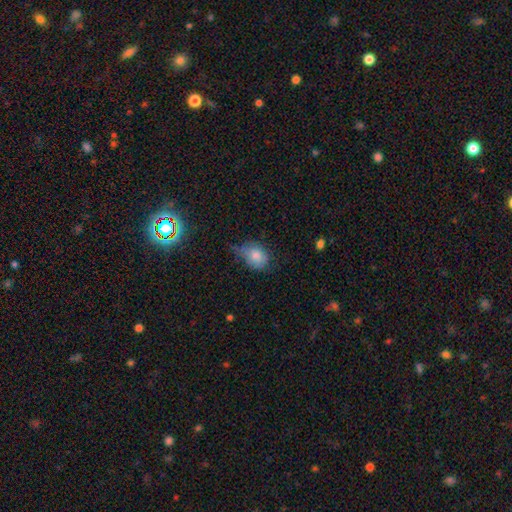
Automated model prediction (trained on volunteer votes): Smooth or featured? Predicted: smooth (p=0.80). How rounded? Predicted: in between (p=0.61). Merging? Predicted: none (p=0.41).